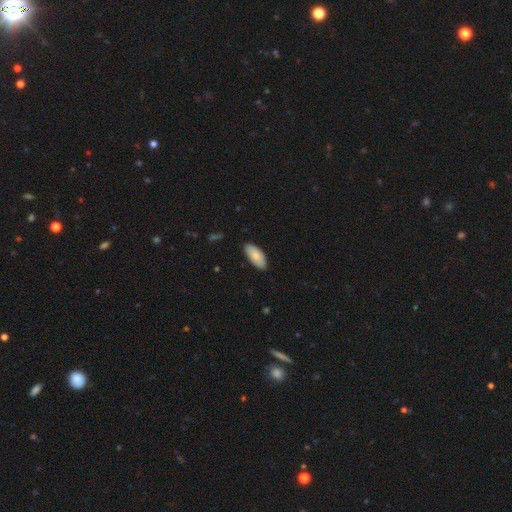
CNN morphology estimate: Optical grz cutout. It shows a smooth galaxy with no disk features (83%) that is in between round and cigar-shaped (90%). Merging: none (85%).